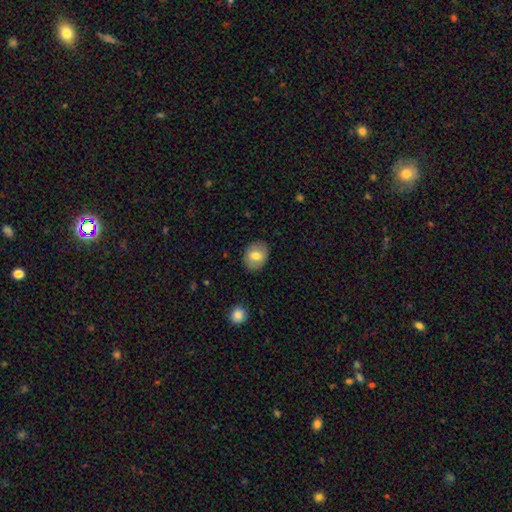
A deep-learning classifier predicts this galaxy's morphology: type=smooth (73%); roundness=in between (54%); merging=none (86%).